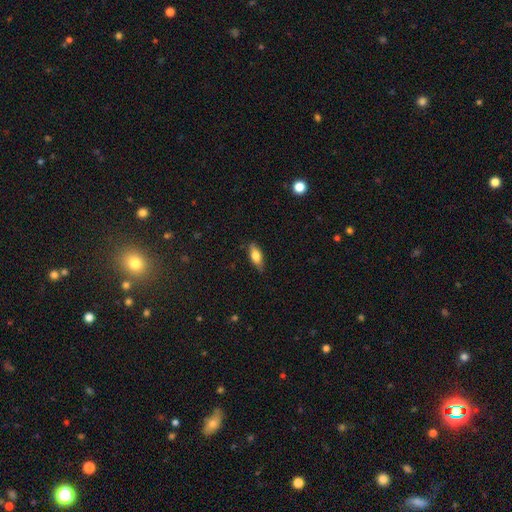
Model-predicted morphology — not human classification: Smooth or featured? smooth (73%)
How rounded? in between (73%)
Merging? none (81%)